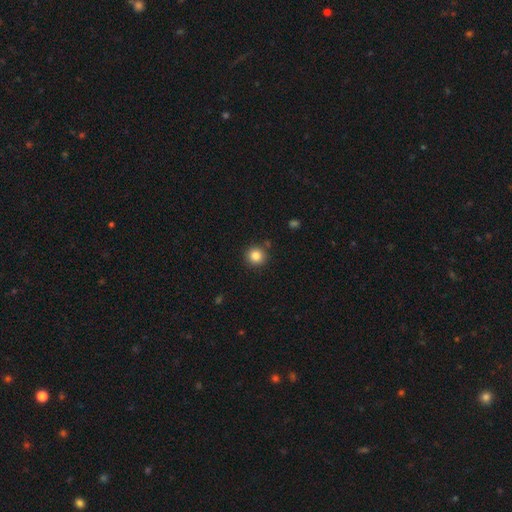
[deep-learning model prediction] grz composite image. It shows a smooth galaxy with no disk features (84%) that is round (93%). Merging: none (87%).